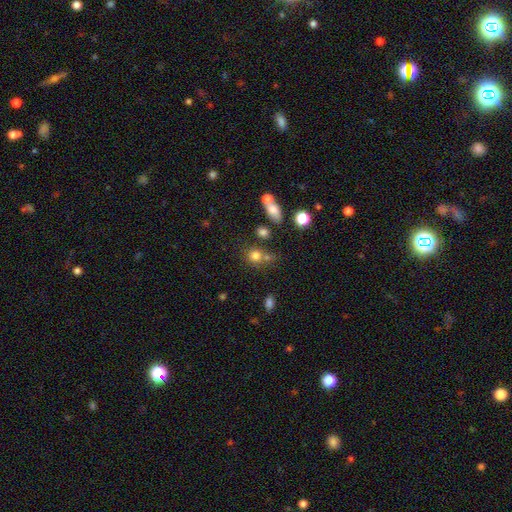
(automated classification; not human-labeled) Smooth or featured?
  - smooth: 76% *
  - star or artifact: 14%
  - featured or disk: 9%
How rounded?
  - round: 78% *
  - in between: 20%
  - cigar-shaped: 1%
Merging?
  - none: 56% *
  - merger: 27%
  - minor disturbance: 12%
  - major disturbance: 6%